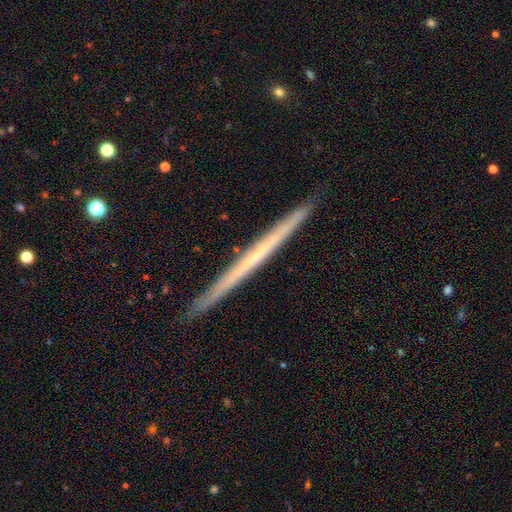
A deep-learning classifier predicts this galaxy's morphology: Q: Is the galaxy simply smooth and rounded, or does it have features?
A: featured or disk — 59%.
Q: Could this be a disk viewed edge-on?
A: yes — 98%.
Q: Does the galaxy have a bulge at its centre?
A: none — 92%.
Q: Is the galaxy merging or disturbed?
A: none — 92%.